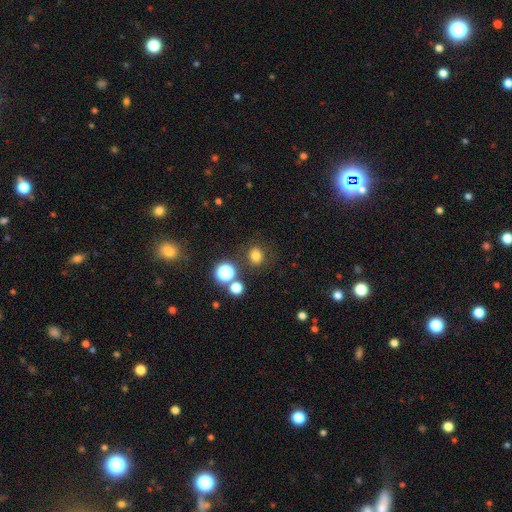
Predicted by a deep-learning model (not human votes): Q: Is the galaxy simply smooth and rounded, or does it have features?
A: smooth — 76%.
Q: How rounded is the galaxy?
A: round — 76%.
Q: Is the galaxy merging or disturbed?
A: none — 82%.